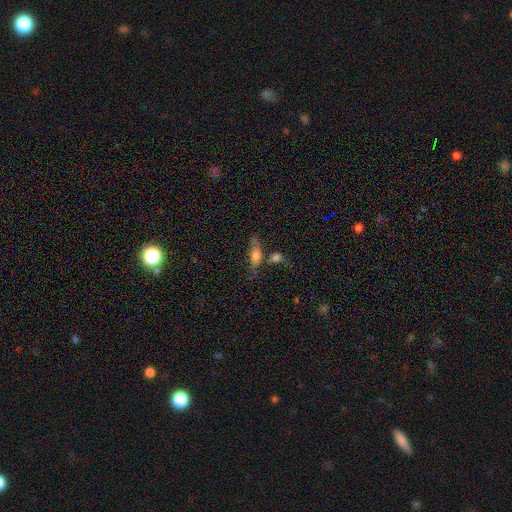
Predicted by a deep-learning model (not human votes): Smooth or featured? Predicted: smooth (p=0.68). How rounded? Predicted: in between (p=0.64). Merging? Predicted: none (p=0.44).